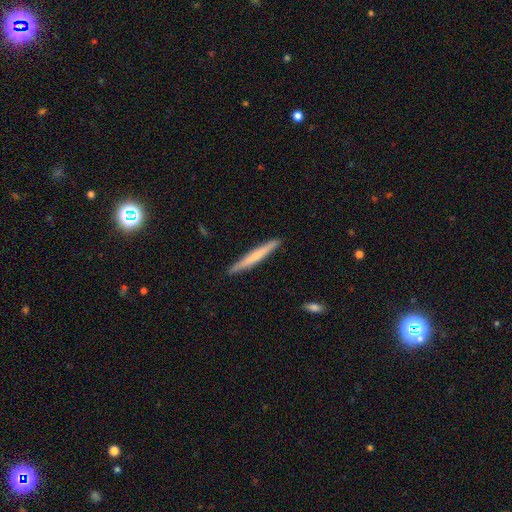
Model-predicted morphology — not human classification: The model was most divided on "smooth or featured": smooth: 52%, featured or disk: 43%, star or artifact: 6%. More confident: how rounded — cigar-shaped (96%); merging — none (91%).